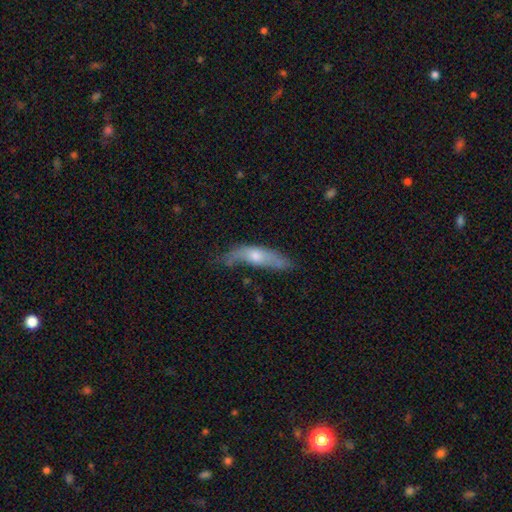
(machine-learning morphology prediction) type=smooth (49%); merging=none (42%).